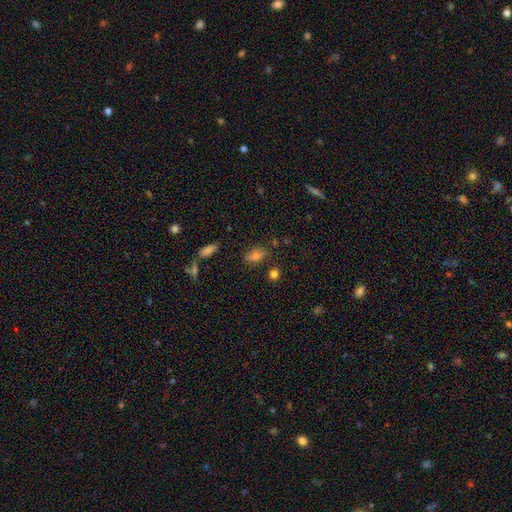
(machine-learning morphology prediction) smooth-or-featured: smooth: 69% | star or artifact: 19% | featured or disk: 13%
  how-rounded: in between: 78% | round: 16% | cigar-shaped: 5%
  merging: none: 76% | minor disturbance: 15% | merger: 5% | major disturbance: 4%